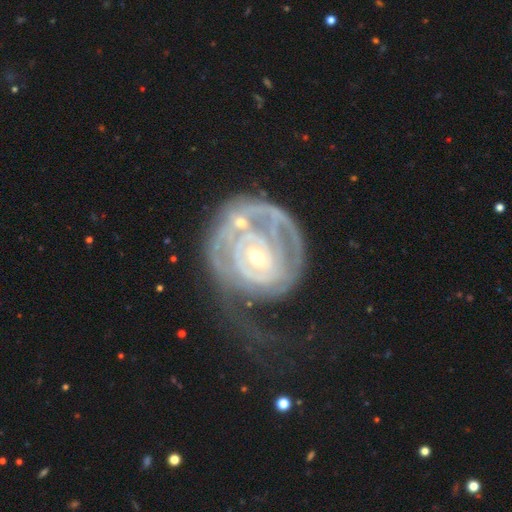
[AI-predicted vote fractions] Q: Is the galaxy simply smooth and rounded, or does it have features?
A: featured or disk — 84%.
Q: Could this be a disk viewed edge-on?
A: no — 97%.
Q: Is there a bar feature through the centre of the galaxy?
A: no — 71%.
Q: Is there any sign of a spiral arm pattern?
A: yes — 83%.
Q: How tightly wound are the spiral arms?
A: tight — 75%.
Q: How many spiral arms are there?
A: can't tell — 44%.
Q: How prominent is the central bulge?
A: small — 69%.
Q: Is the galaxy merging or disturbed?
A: major disturbance — 36%.